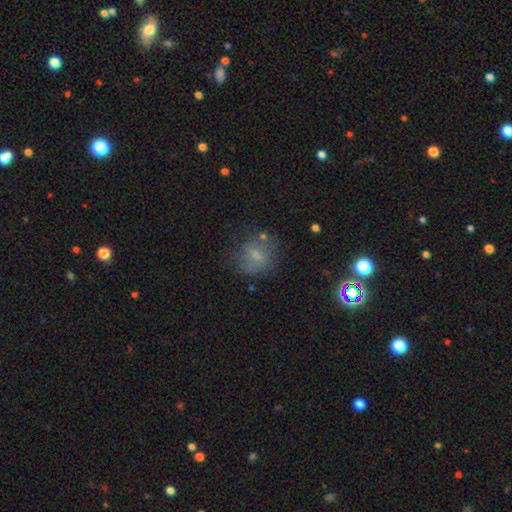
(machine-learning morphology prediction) Overall: smooth (61%; featured or disk 25%). How rounded: round (65%; in between 34%). Merging: none (57%; minor disturbance 23%).